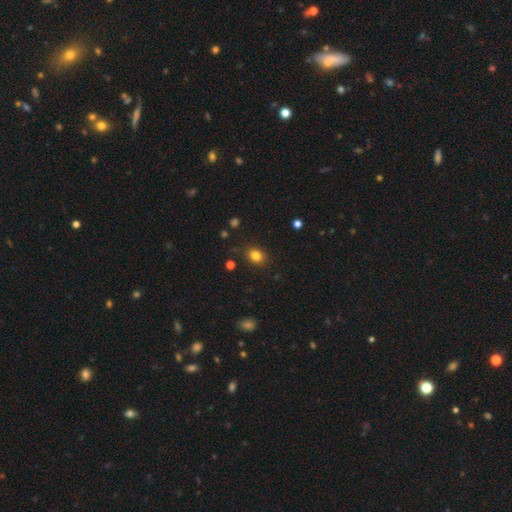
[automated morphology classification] Smooth or featured? Predicted: smooth (p=0.82). How rounded? Predicted: round (p=0.56). Merging? Predicted: none (p=0.86).